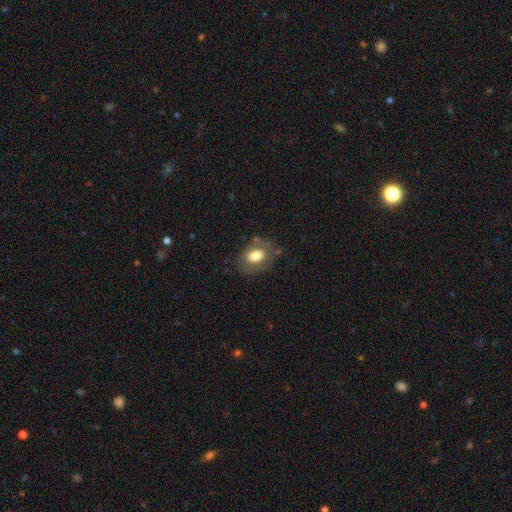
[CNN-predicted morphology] smooth 66%, featured or disk 26%, star or artifact 8%. Down the decision tree: how rounded — in between (71%); merging — none (68%).